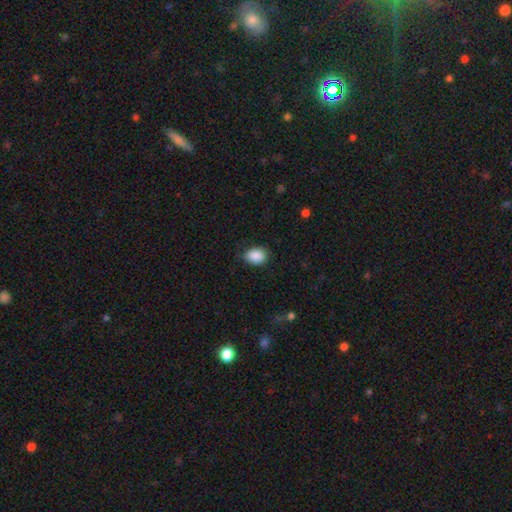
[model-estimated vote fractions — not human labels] This is clearly a smooth galaxy (88%). How rounded: likely in between (70%). Merging: likely none (78%).